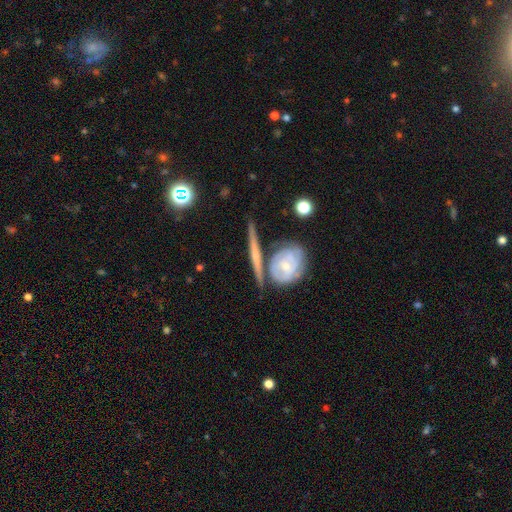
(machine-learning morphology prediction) The model was most divided on "edge-on disk": yes: 64%, no: 36%. More confident: smooth or featured — featured or disk (71%); merging — none (65%).